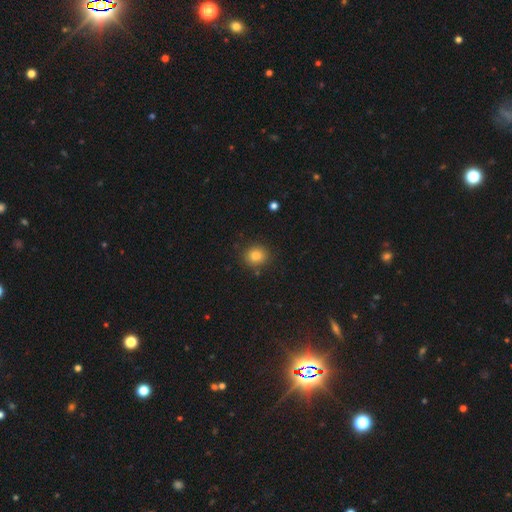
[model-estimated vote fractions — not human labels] Smooth or featured? smooth (83%)
How rounded? round (78%)
Merging? none (86%)